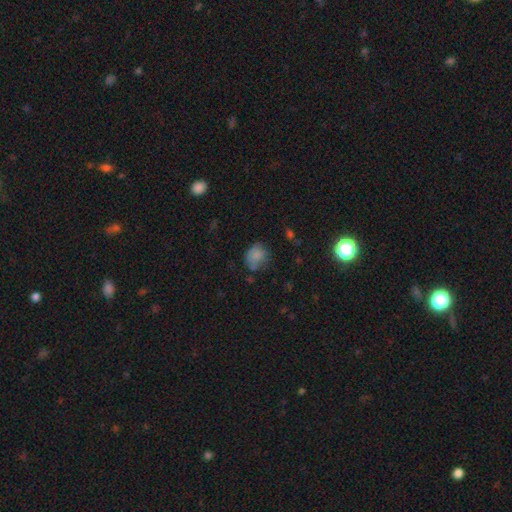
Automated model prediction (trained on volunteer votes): Smooth or featured? smooth (75%)
How rounded? round (63%)
Merging? none (54%)